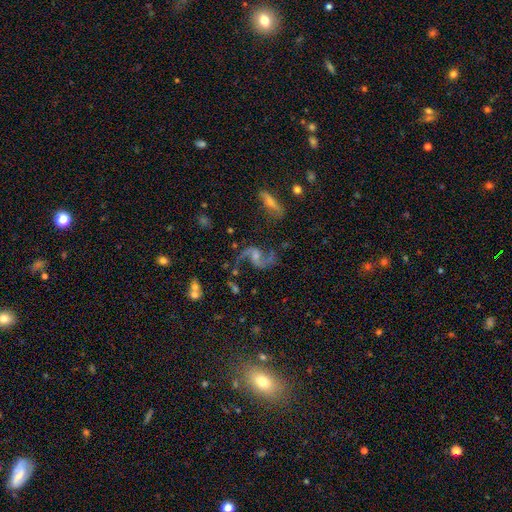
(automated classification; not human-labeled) Smooth or featured? featured or disk (88%)
Edge-on disk? no (97%)
Bar? no (45%)
Spiral arms? yes (97%)
Spiral winding? loose (68%)
Spiral arm count? 2 (93%)
Bulge size? small (39%)
Merging? none (68%)